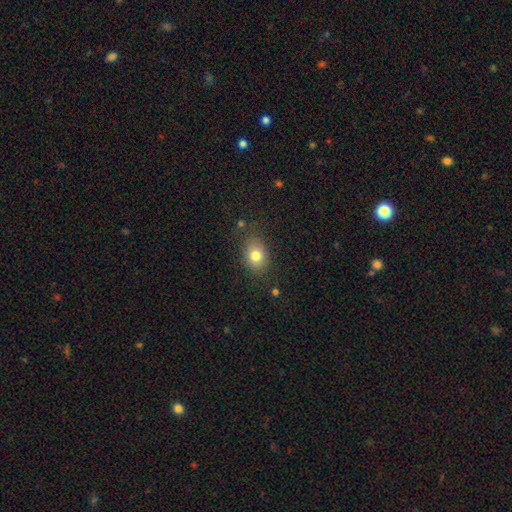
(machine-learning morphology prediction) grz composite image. It shows a smooth galaxy with no disk features (79%) that is in between round and cigar-shaped (67%). Merging: none (78%).